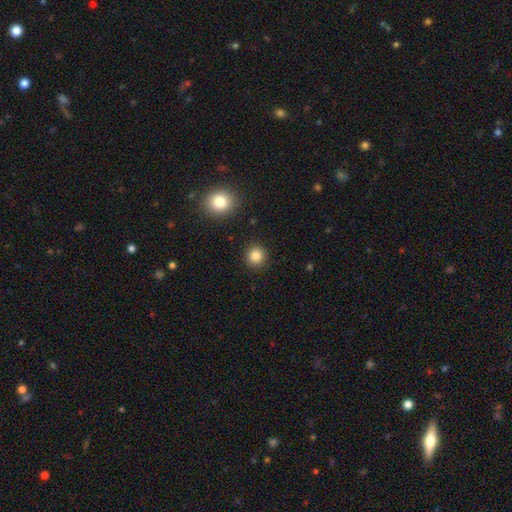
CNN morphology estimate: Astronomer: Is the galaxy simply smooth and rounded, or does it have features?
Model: smooth — 83%.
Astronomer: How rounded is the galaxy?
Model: round — 93%.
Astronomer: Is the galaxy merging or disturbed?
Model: none — 91%.